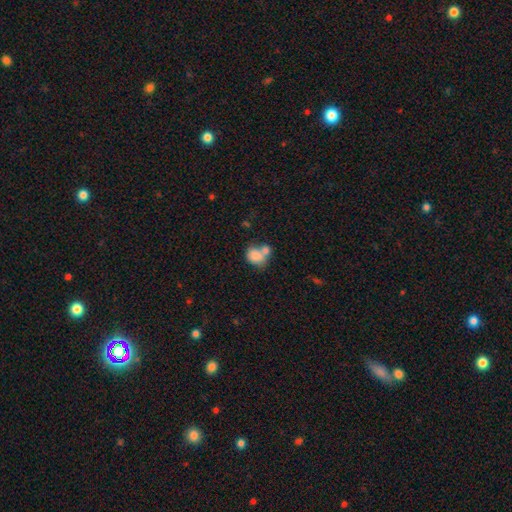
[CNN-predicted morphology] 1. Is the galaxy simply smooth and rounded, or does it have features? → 81% smooth, 10% featured or disk, 9% star or artifact.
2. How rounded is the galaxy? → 55% in between, 44% round, 1% cigar-shaped.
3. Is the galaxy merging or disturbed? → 53% merger, 30% none, 12% minor disturbance, 6% major disturbance.